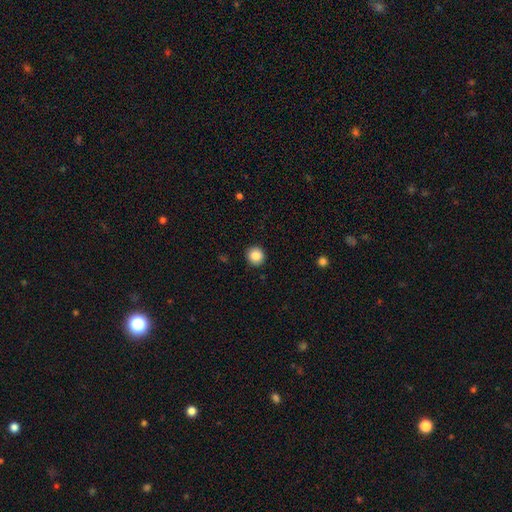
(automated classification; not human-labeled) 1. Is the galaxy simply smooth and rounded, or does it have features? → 86% smooth, 9% star or artifact, 5% featured or disk.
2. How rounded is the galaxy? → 92% round, 7% in between, 1% cigar-shaped.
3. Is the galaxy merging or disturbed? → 92% none, 5% minor disturbance, 2% major disturbance, 1% merger.